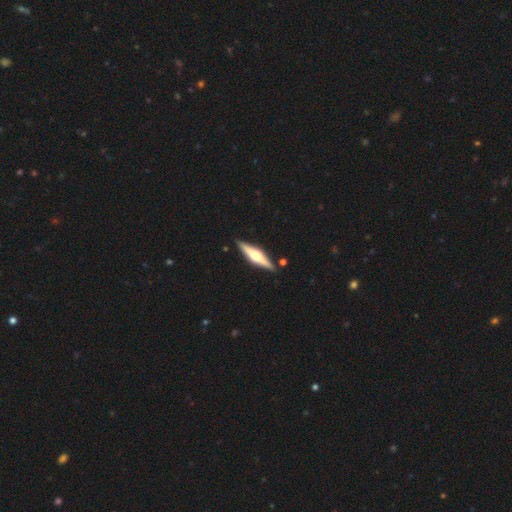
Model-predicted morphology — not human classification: Smooth or featured? Predicted: featured or disk (p=0.71). Edge-on disk? Predicted: yes (p=0.97). Edge-on bulge? Predicted: rounded (p=0.91). Merging? Predicted: none (p=0.88).